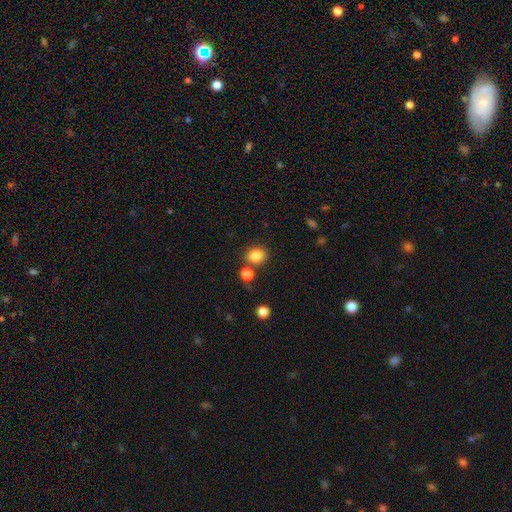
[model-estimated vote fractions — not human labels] This appears to be a smooth galaxy with no disk features (84%) that is round (70%). Merging: none (72%).